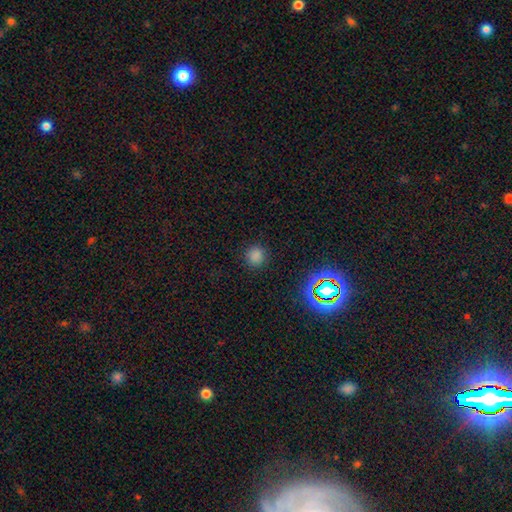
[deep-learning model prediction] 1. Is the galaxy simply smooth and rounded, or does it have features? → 79% smooth, 17% star or artifact, 4% featured or disk.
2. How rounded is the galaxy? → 92% round, 7% in between, 1% cigar-shaped.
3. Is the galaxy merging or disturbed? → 89% none, 7% minor disturbance, 3% major disturbance, 1% merger.